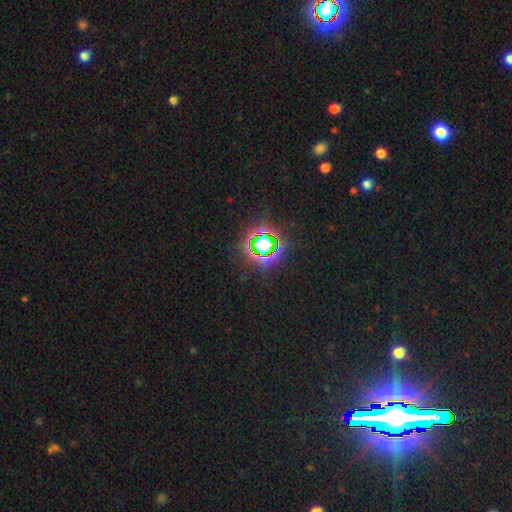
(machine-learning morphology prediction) type=star or artifact (78%).